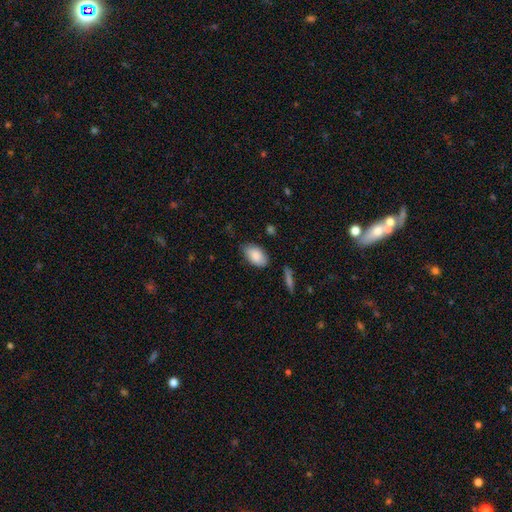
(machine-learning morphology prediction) Smooth or featured? smooth (86%)
How rounded? in between (93%)
Merging? none (75%)